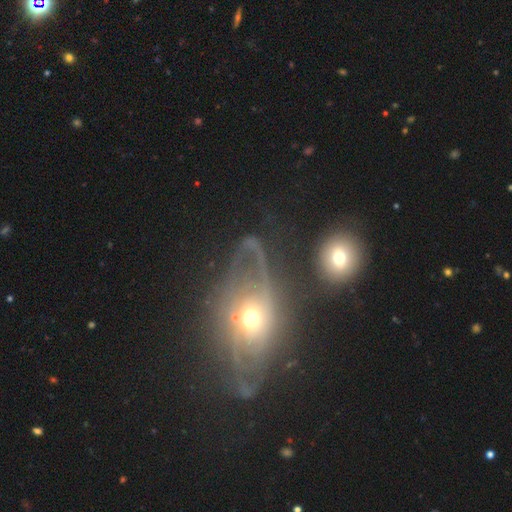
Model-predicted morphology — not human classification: A featured or disk galaxy (61%) with no bar (72%), spiral arms (64%) and a moderate central bulge (61%).

Vote fractions:
- Smooth or featured? featured or disk: 61% / smooth: 21% / star or artifact: 18%
- Edge-on disk? no: 89% / yes: 11%
- Bar? no: 72% / weak: 21% / strong: 7%
- Spiral arms? yes: 64% / no: 36%
- Bulge size? moderate: 61% / small: 26% / large: 8% / dominant: 3% / none: 2%
- Merging? none: 49% / major disturbance: 23% / minor disturbance: 17% / merger: 10%